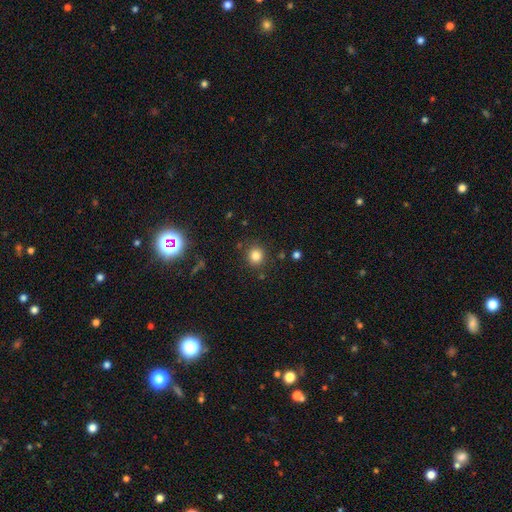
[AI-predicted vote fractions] Smooth or featured?
  - smooth: 82% *
  - star or artifact: 12%
  - featured or disk: 5%
How rounded?
  - round: 87% *
  - in between: 12%
  - cigar-shaped: 1%
Merging?
  - none: 86% *
  - minor disturbance: 8%
  - major disturbance: 3%
  - merger: 3%